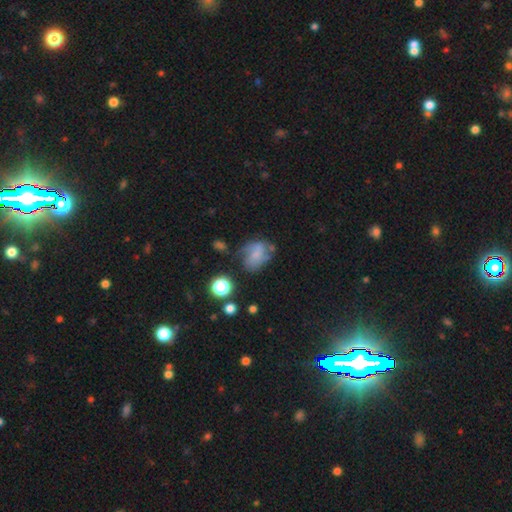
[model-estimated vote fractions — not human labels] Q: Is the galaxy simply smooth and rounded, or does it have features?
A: smooth — 48%.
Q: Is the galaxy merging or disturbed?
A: none — 43%.